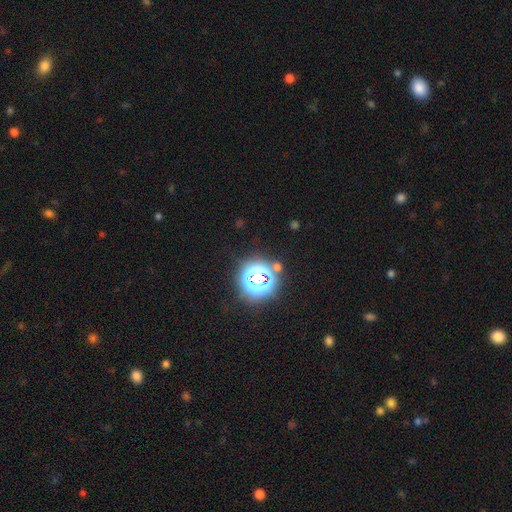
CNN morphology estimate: Smooth or featured?
  - star or artifact: 82% *
  - smooth: 13%
  - featured or disk: 5%